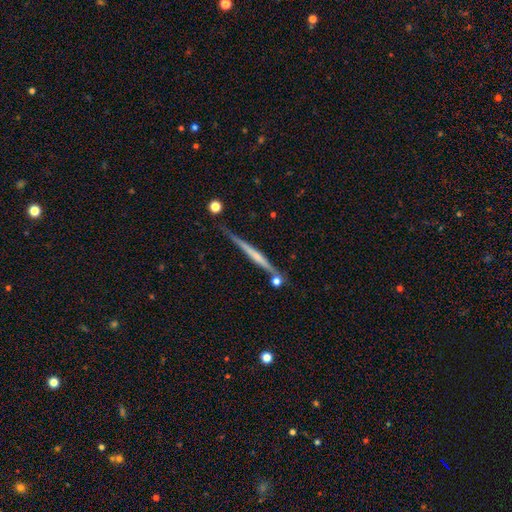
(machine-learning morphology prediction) This is likely a featured or disk galaxy (67%). It is clearly viewed edge-on (97%). Edge-on bulge: possibly none (58%). Merging: likely none (77%).